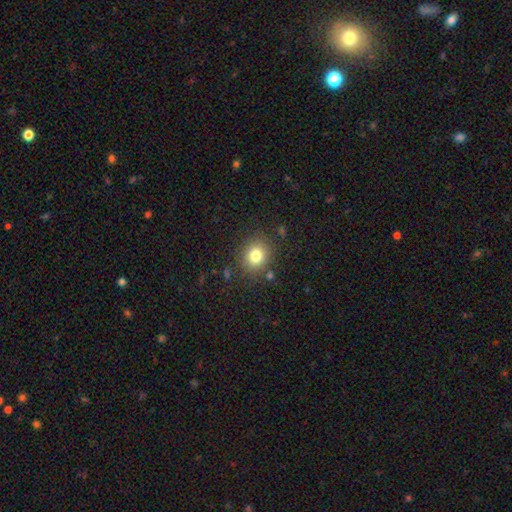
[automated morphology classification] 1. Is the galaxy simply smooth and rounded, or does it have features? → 79% smooth, 12% star or artifact, 9% featured or disk.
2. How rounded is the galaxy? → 73% round, 26% in between, 1% cigar-shaped.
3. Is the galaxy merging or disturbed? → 84% none, 9% minor disturbance, 4% major disturbance, 3% merger.